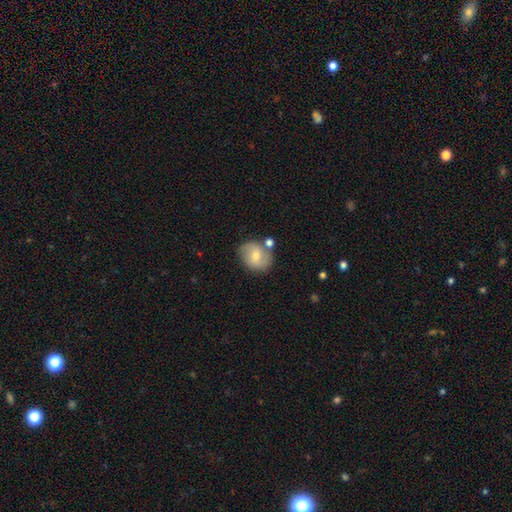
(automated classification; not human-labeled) Overall: smooth (54%; featured or disk 37%). How rounded: round (60%; in between 39%). Merging: none (65%).